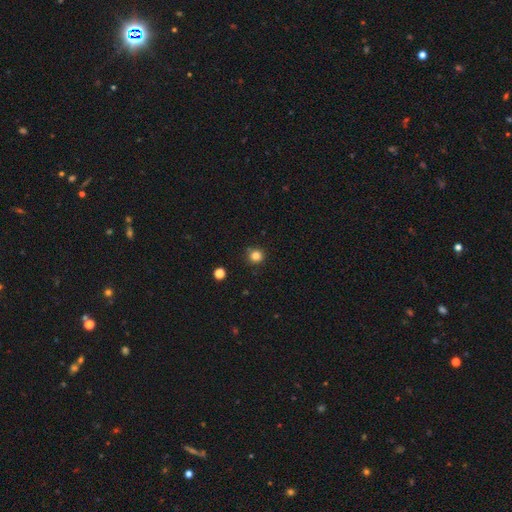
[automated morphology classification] Smooth or featured: smooth — 83% (star or artifact — 13%)
How rounded: round — 94% (in between — 5%)
Merging: none — 88% (minor disturbance — 7%)